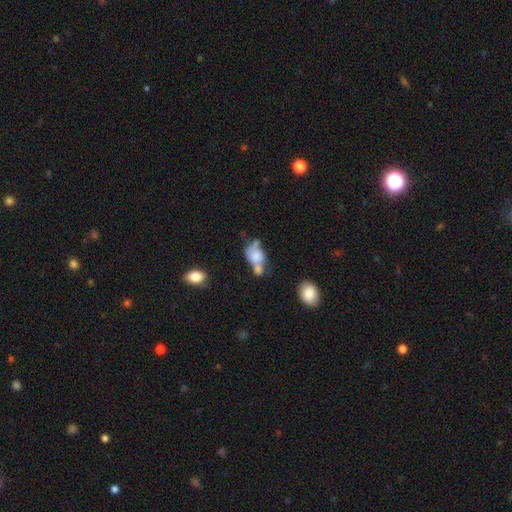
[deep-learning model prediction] A smooth galaxy with no disk features (61%) that is in between round and cigar-shaped (78%).

Vote fractions:
- Smooth or featured? smooth: 61% / featured or disk: 30% / star or artifact: 9%
- How rounded? in between: 78% / round: 20% / cigar-shaped: 2%
- Merging? merger: 51% / none: 19% / minor disturbance: 16% / major disturbance: 14%